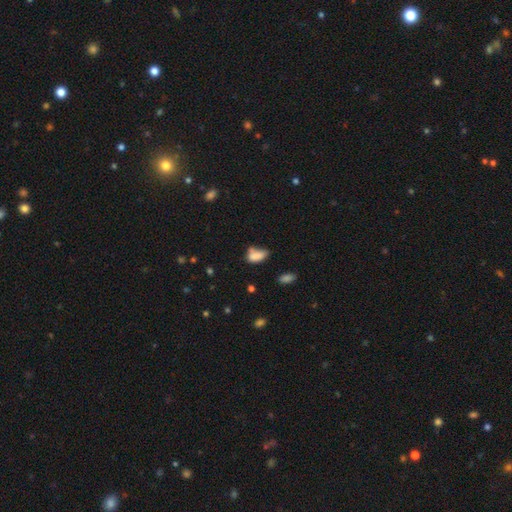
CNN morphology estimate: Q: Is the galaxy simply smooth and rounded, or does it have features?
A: smooth — 77%.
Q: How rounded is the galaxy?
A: in between — 87%.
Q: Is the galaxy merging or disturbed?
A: none — 34%.